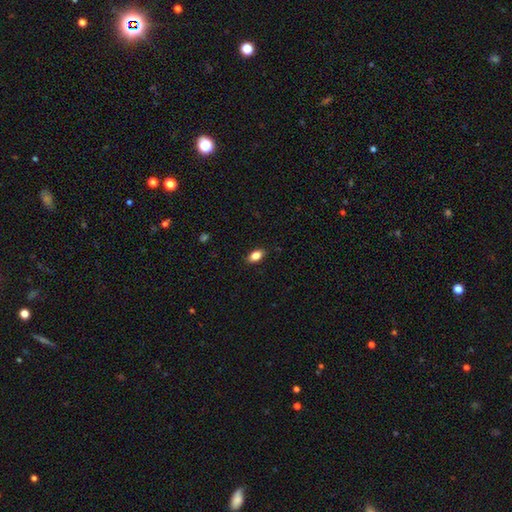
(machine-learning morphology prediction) Q: Smooth or featured?
A: smooth (84%); runner-up: star or artifact (8%)
Q: How rounded?
A: in between (88%); runner-up: round (9%)
Q: Merging?
A: none (88%); runner-up: minor disturbance (9%)